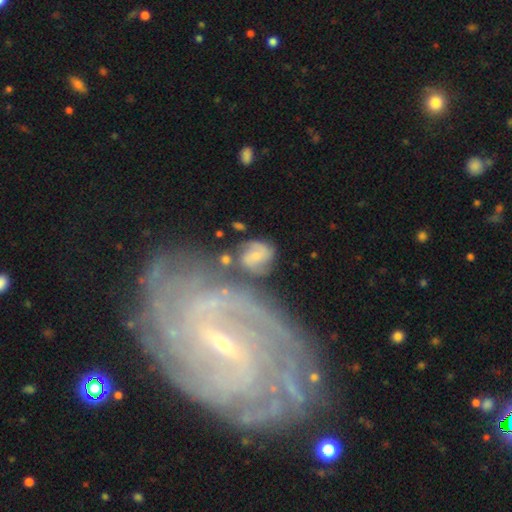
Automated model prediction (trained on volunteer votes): smooth-or-featured: featured or disk: 65% | smooth: 26% | star or artifact: 8%
  disk-edge-on: no: 97% | yes: 3%
    bar: weak: 46% | no: 40% | strong: 15%
    has-spiral-arms: yes: 90% | no: 10%
      spiral-winding: medium: 42% | tight: 40% | loose: 17%
      spiral-arm-count: 2: 45% | can't tell: 23% | 3: 18% | 4: 5% | 1: 5% | more than 4: 4%
    bulge-size: small: 52% | moderate: 37% | none: 7% | large: 3% | dominant: 1%
  merging: none: 58% | minor disturbance: 19% | merger: 12% | major disturbance: 10%